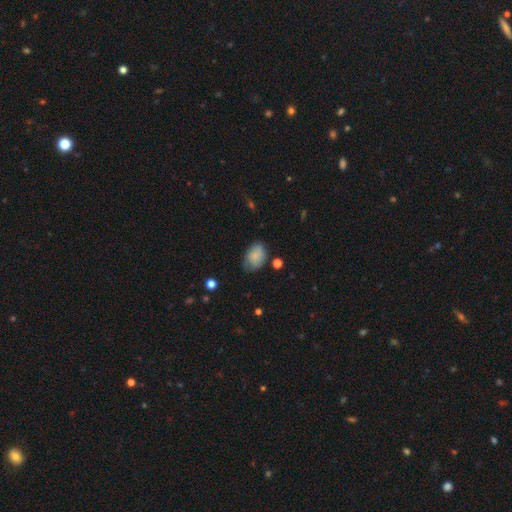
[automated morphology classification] Smooth or featured: smooth — 84% (featured or disk — 9%)
How rounded: in between — 84% (round — 15%)
Merging: none — 64% (minor disturbance — 27%)